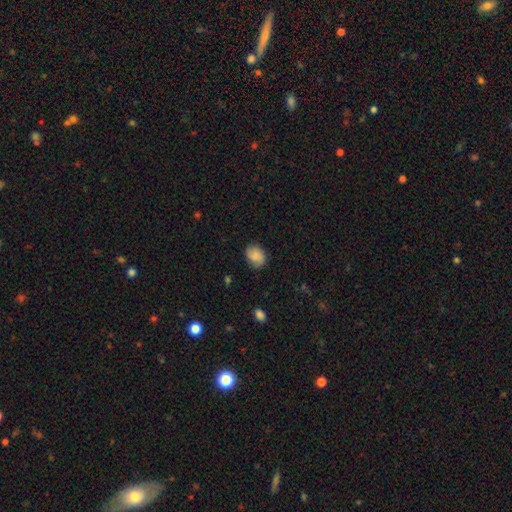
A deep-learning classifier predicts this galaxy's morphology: Smooth or featured: smooth — 82% (featured or disk — 11%)
How rounded: in between — 55% (round — 44%)
Merging: none — 81% (minor disturbance — 15%)